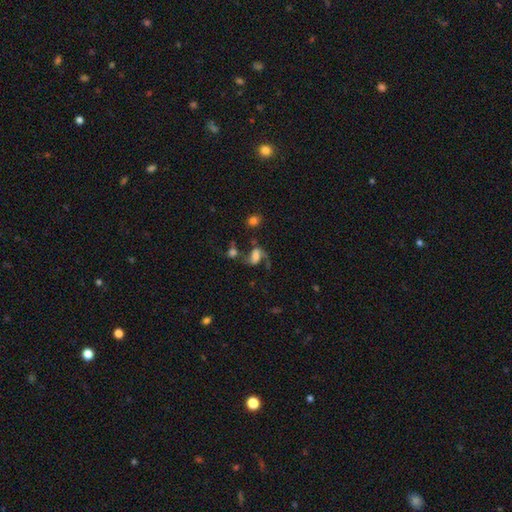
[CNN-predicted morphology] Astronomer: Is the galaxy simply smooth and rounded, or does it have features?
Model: featured or disk — 51% (runner-up: smooth, 33%).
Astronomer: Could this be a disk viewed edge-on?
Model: no — 96%.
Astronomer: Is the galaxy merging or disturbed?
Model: none — 39% (runner-up: major disturbance, 26%).